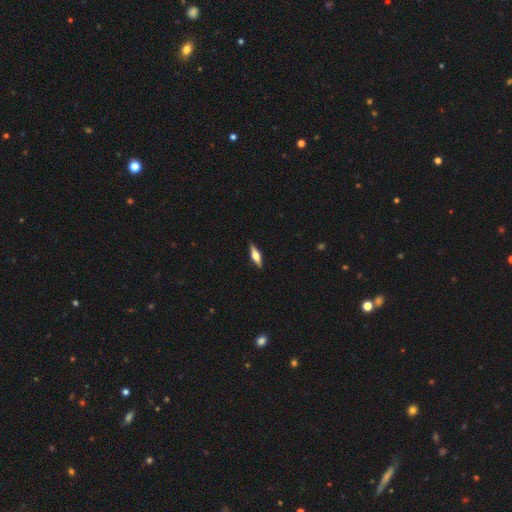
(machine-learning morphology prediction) Smooth or featured? featured or disk (61%)
Edge-on disk? yes (95%)
Edge-on bulge? rounded (92%)
Merging? none (90%)